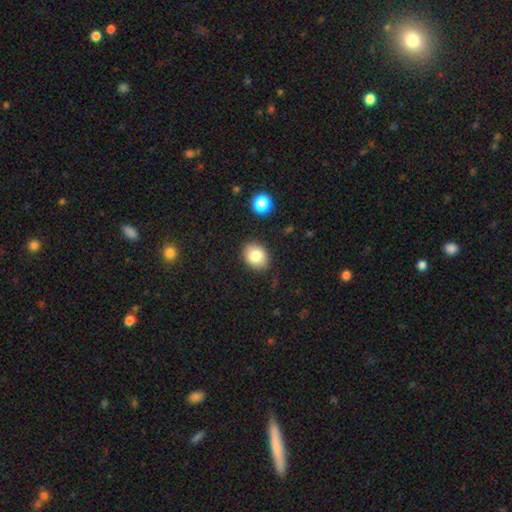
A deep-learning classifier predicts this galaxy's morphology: Smooth or featured?
  - smooth: 82% *
  - star or artifact: 10%
  - featured or disk: 9%
How rounded?
  - in between: 57% *
  - round: 42%
  - cigar-shaped: 1%
Merging?
  - none: 86% *
  - minor disturbance: 10%
  - major disturbance: 2%
  - merger: 2%